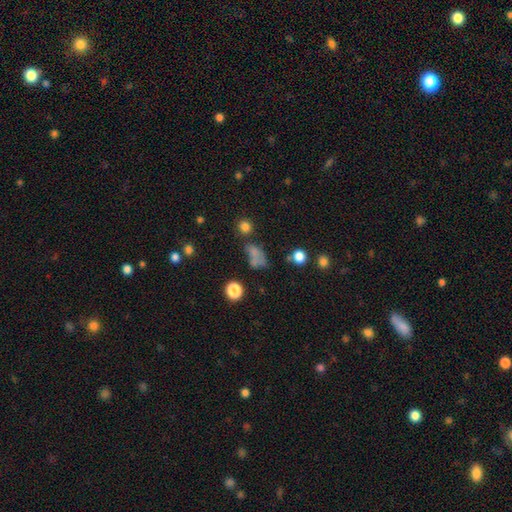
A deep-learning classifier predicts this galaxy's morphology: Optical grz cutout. It shows a smooth galaxy with no disk features (62%) that is in between round and cigar-shaped (68%). Merging: none (34%).